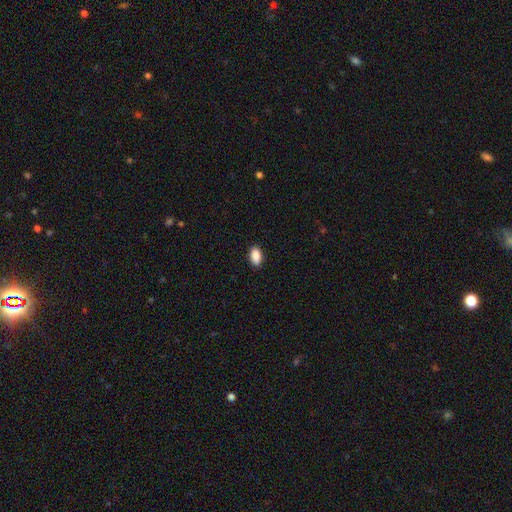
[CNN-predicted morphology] smooth 90%, star or artifact 7%, featured or disk 3%. Down the decision tree: how rounded — in between (92%); merging — none (88%).